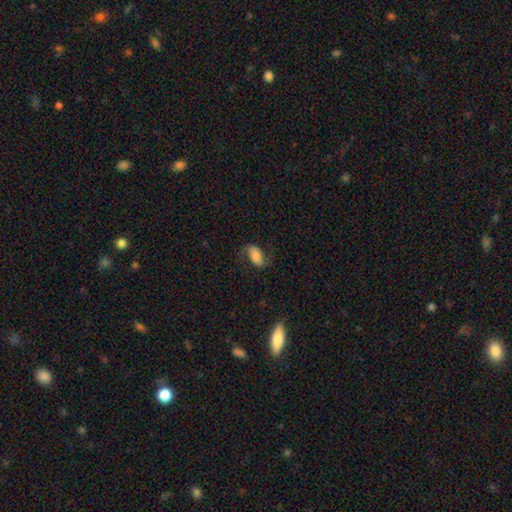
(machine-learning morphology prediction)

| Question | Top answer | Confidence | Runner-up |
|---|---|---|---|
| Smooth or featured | smooth | 53% | featured or disk (38%) |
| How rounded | in between | 91% | round (6%) |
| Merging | none | 66% | minor disturbance (20%) |